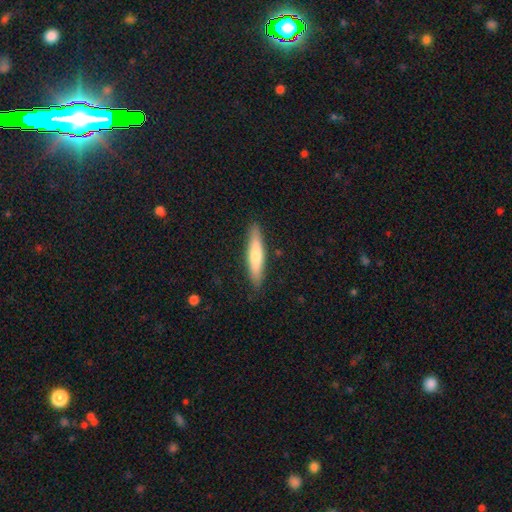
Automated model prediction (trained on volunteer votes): smooth 60%, featured or disk 33%, star or artifact 6%. Down the decision tree: how rounded — cigar-shaped (87%); merging — none (89%).